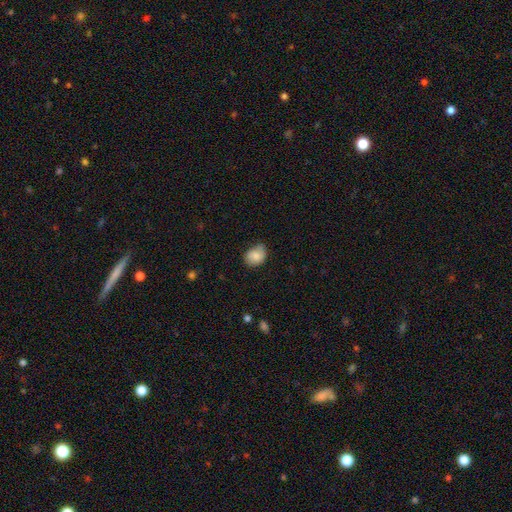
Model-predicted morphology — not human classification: This is likely a smooth galaxy (80%). How rounded: possibly in between (58%). Merging: possibly none (59%).